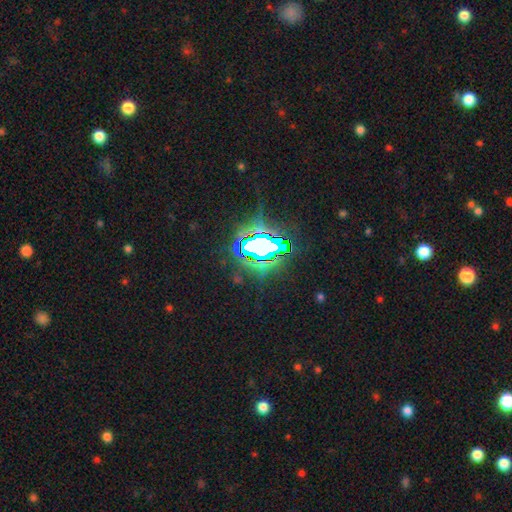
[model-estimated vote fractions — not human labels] smooth-or-featured: star or artifact: 74% | featured or disk: 13% | smooth: 13%